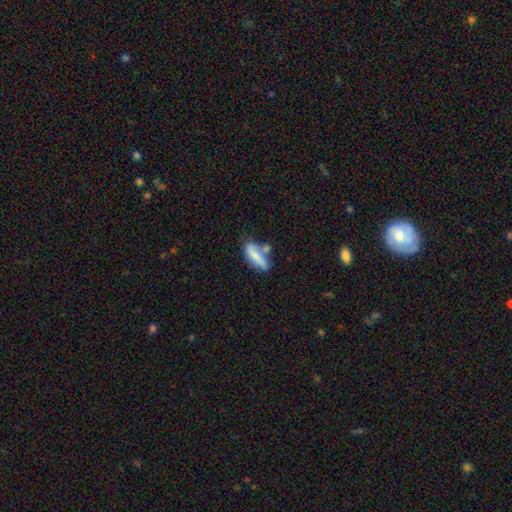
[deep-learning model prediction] This is likely a smooth galaxy (71%). How rounded: possibly cigar-shaped (49%, tied with in between). Merging: possibly none (48%).